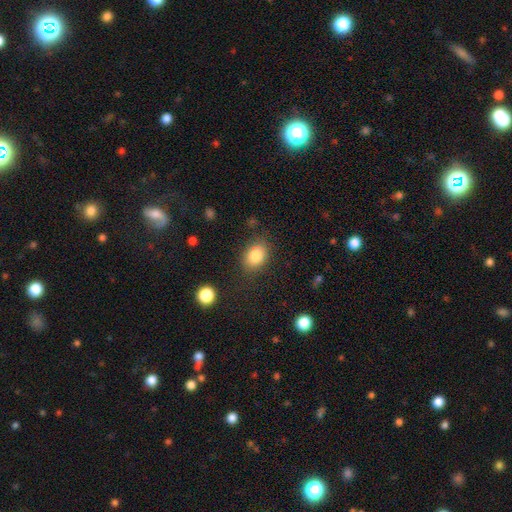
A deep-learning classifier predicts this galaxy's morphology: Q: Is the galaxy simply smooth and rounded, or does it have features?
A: smooth — 84%.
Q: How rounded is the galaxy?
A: in between — 69%.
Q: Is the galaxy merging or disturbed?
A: none — 82%.